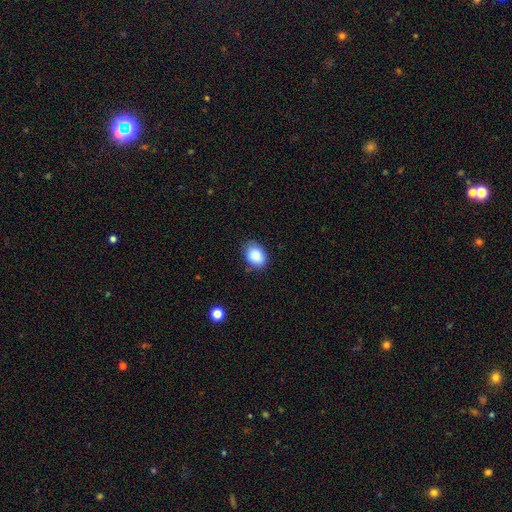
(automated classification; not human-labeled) Q: Smooth or featured?
A: smooth (85%); runner-up: star or artifact (8%)
Q: How rounded?
A: in between (70%); runner-up: round (29%)
Q: Merging?
A: none (78%); runner-up: minor disturbance (18%)